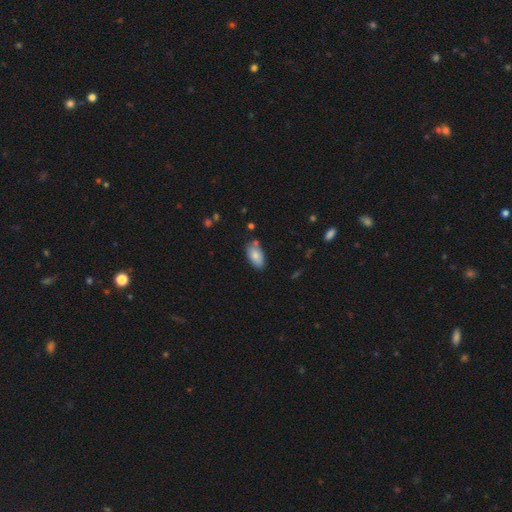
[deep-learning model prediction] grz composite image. It shows a smooth galaxy with no disk features (81%) that is in between round and cigar-shaped (94%). Merging: none (73%).